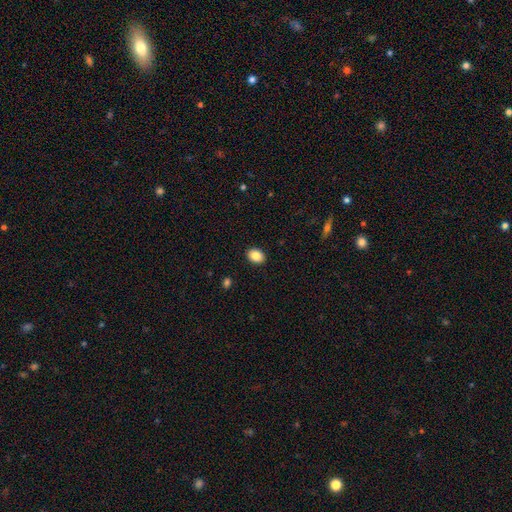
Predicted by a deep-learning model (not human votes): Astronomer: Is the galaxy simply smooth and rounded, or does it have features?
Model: smooth — 86%.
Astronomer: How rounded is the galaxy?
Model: in between — 69%.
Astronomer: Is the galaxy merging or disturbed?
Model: none — 90%.